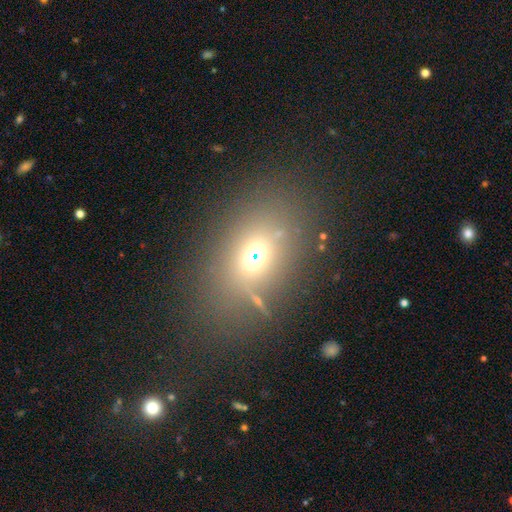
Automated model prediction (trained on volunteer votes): This is possibly a smooth galaxy (58%). How rounded: likely in between (60%). Merging: likely none (71%).